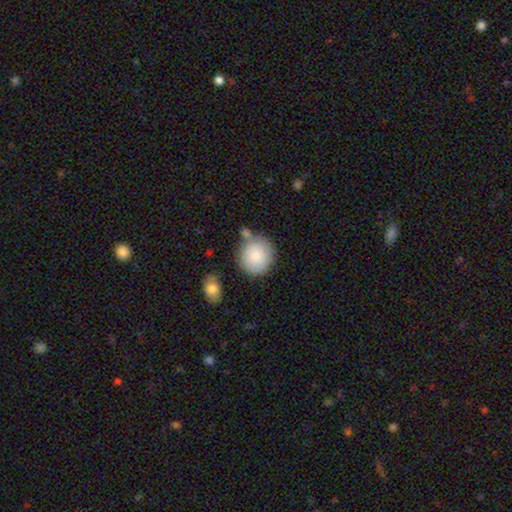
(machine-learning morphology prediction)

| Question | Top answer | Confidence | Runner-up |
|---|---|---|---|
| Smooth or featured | smooth | 85% | featured or disk (9%) |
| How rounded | round | 88% | in between (11%) |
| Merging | none | 63% | minor disturbance (18%) |